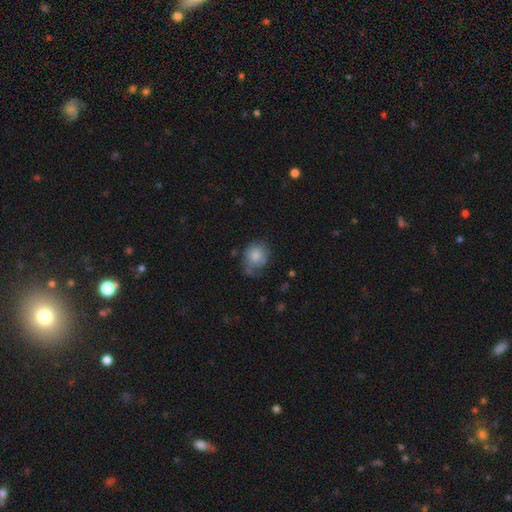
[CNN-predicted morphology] A smooth galaxy with no disk features (73%) that is round (59%). Merging: none (47%).